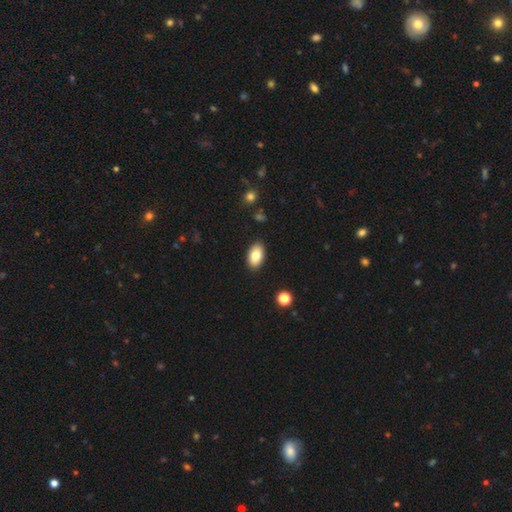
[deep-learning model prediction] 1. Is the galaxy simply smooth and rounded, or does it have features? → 82% smooth, 11% featured or disk, 7% star or artifact.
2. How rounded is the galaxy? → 93% in between, 5% round, 2% cigar-shaped.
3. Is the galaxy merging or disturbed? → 89% none, 8% minor disturbance, 2% major disturbance, 1% merger.